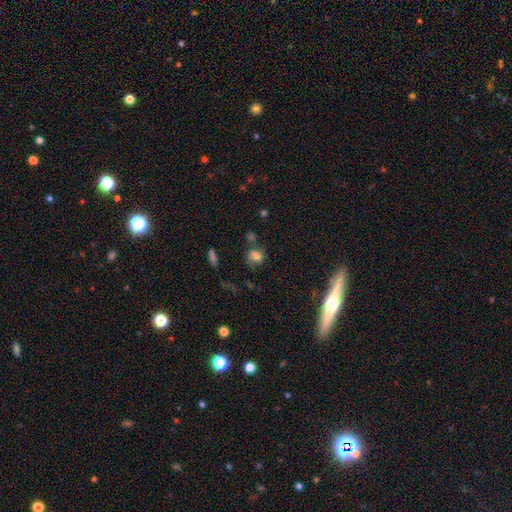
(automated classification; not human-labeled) Morphology: type=smooth (70%); roundness=in between (49%, tied with round); merging=none (55%).